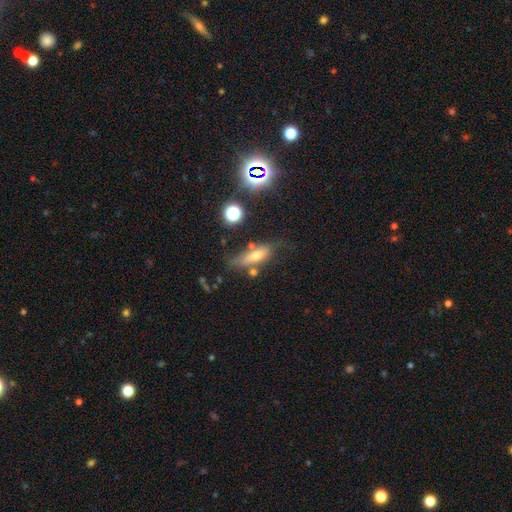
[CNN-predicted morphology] Overall: smooth (52%; featured or disk 32%). How rounded: in between (50%; cigar-shaped 45%). Merging: none (55%; minor disturbance 24%).